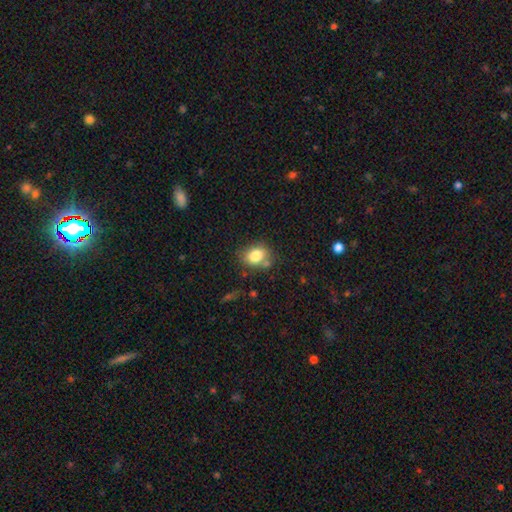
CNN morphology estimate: smooth_or_featured: smooth (p=0.81) [alt: star or artifact p=0.09]
how_rounded: in between (p=0.59) [alt: round p=0.40]
merging: none (p=0.65) [alt: minor disturbance p=0.19]